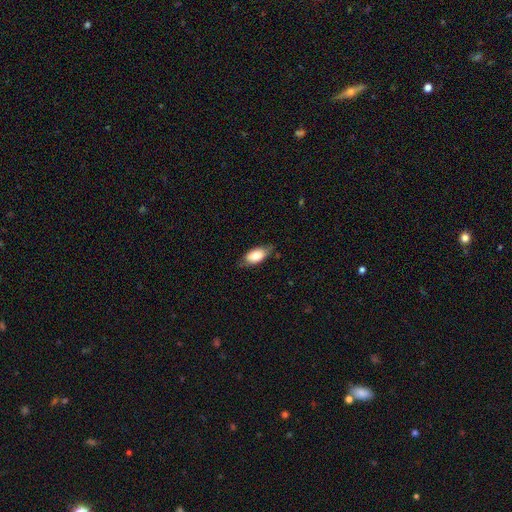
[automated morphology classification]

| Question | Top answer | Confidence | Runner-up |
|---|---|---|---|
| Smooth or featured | smooth | 74% | featured or disk (19%) |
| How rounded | in between | 90% | cigar-shaped (6%) |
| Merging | none | 71% | minor disturbance (23%) |